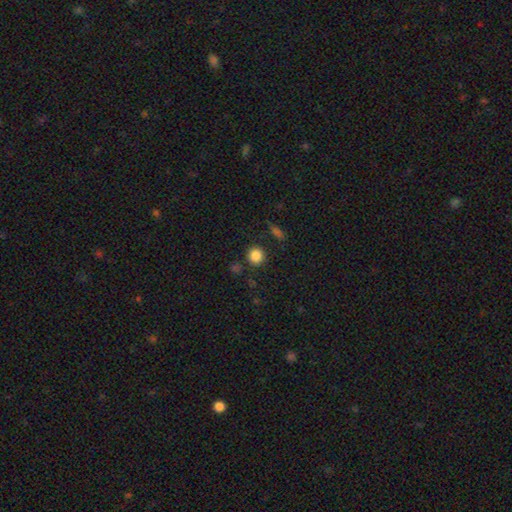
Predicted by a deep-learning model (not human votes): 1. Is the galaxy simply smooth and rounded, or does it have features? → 85% smooth, 11% star or artifact, 4% featured or disk.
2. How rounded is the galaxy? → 92% round, 7% in between, 1% cigar-shaped.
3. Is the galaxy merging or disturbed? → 86% none, 7% minor disturbance, 4% merger, 3% major disturbance.